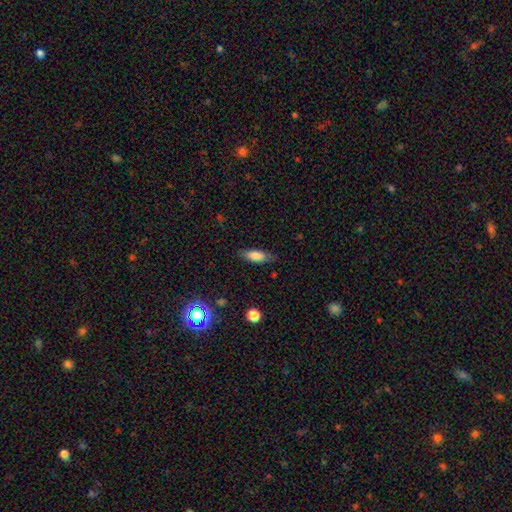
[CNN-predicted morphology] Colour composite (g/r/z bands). It shows a smooth galaxy with no disk features (78%) that is in between round and cigar-shaped (69%). Merging: none (78%).